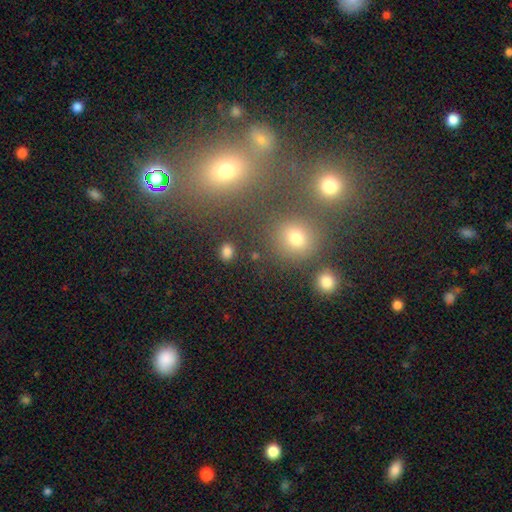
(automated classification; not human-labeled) smooth-or-featured: smooth: 66% | star or artifact: 26% | featured or disk: 8%
  how-rounded: round: 76% | in between: 22% | cigar-shaped: 2%
  merging: none: 79% | minor disturbance: 9% | merger: 8% | major disturbance: 4%